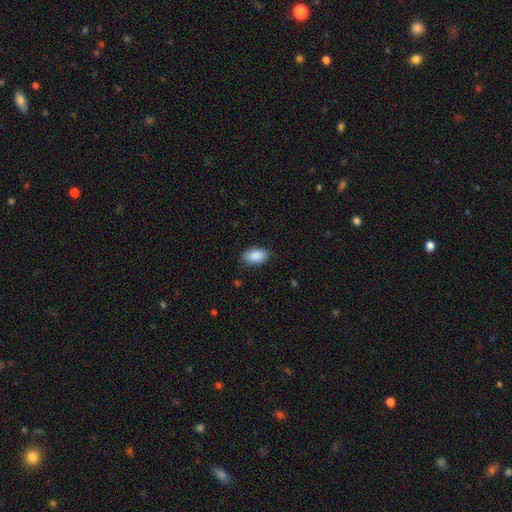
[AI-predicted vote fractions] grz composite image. It shows a smooth galaxy with no disk features (90%) that is in between round and cigar-shaped (94%). Merging: none (84%).